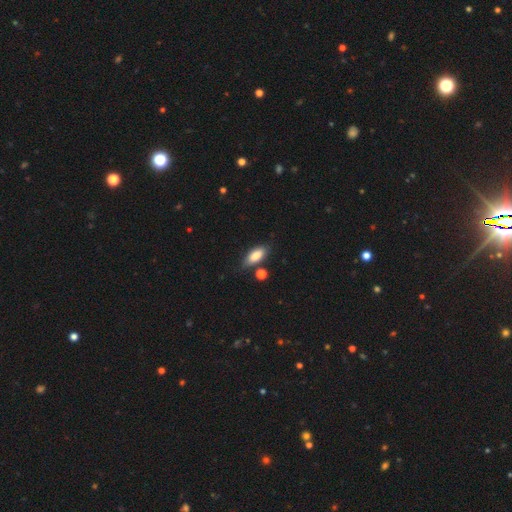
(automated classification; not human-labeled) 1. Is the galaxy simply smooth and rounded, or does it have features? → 83% smooth, 10% featured or disk, 7% star or artifact.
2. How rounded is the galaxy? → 82% in between, 15% cigar-shaped, 3% round.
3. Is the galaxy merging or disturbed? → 73% none, 16% minor disturbance, 7% merger, 4% major disturbance.